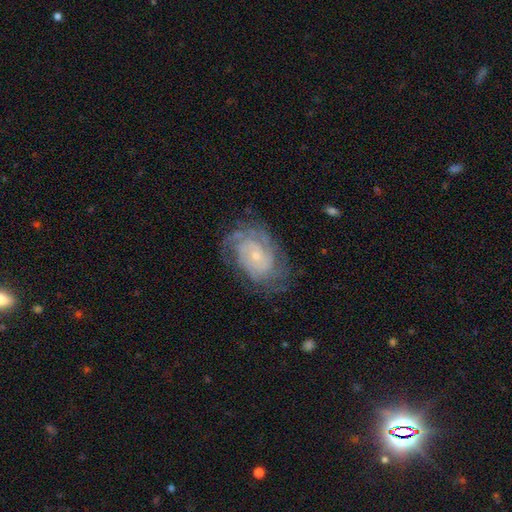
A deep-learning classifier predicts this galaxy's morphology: Overall: featured or disk (81%). Edge-on disk: no (97%). Bar: no (75%). Spiral arms: yes (94%). Spiral arm count: can't tell (38%; 2 23%). Spiral winding: tight (67%). Bulge size: small (77%). Merging: none (71%).